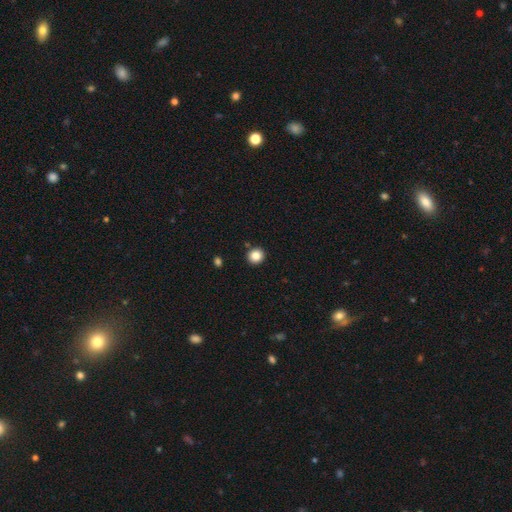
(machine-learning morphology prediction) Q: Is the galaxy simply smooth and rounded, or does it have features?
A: smooth — 85%.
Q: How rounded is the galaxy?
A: round — 90%.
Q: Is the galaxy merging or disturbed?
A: none — 90%.